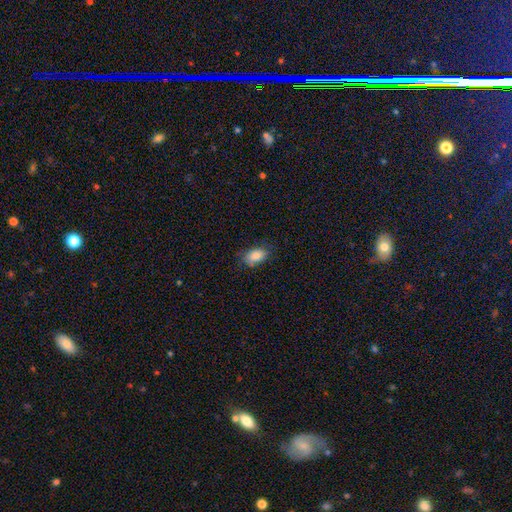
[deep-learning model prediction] Morphology: type=smooth (85%); roundness=in between (90%); merging=none (74%).